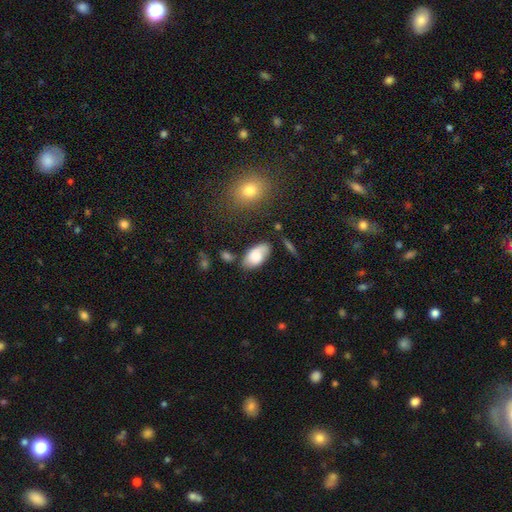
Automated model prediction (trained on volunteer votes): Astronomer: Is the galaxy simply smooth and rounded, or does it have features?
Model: smooth — 70%.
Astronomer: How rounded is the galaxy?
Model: in between — 94%.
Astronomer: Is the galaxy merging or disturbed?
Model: none — 63%.